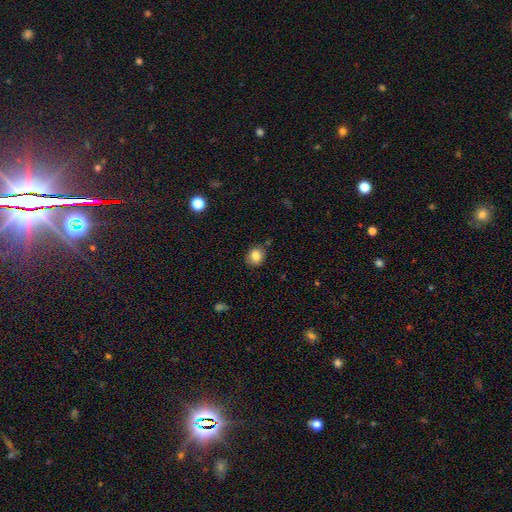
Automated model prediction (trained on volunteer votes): This appears to be a smooth galaxy with no disk features (83%) that is round (70%). Merging: none (83%).